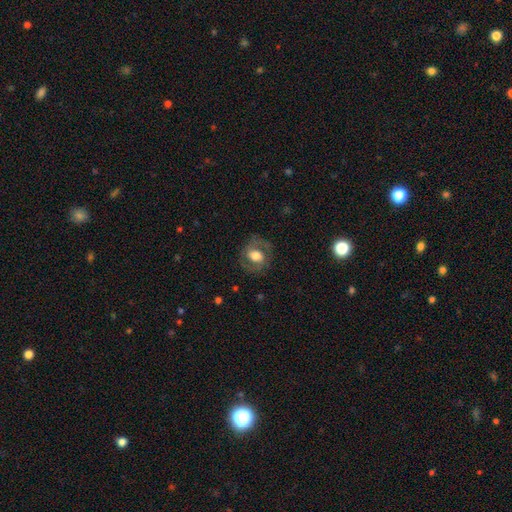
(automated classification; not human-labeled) smooth-or-featured: featured or disk: 58% | smooth: 35% | star or artifact: 8%
  disk-edge-on: no: 96% | yes: 4%
    bar: no: 53% | weak: 34% | strong: 14%
    has-spiral-arms: yes: 70% | no: 30%
    bulge-size: moderate: 48% | large: 40% | small: 7% | dominant: 4% | none: 2%
  merging: none: 75% | minor disturbance: 14% | major disturbance: 9% | merger: 1%